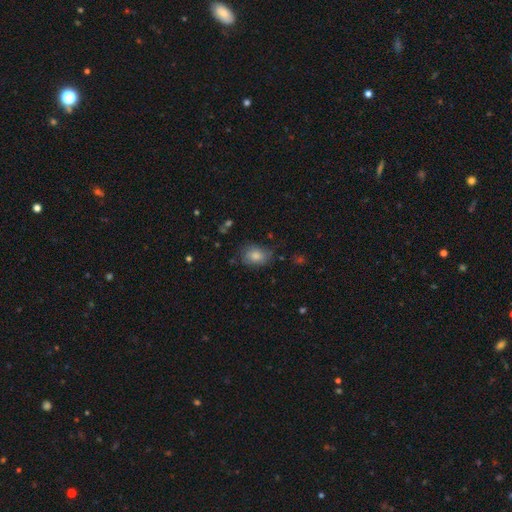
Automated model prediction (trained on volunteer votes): The model was most divided on "how rounded": in between: 69%, round: 30%, cigar-shaped: 1%. More confident: smooth or featured — smooth (80%); merging — none (66%).